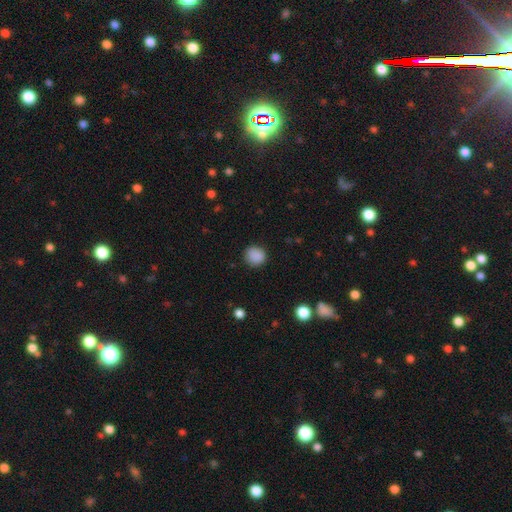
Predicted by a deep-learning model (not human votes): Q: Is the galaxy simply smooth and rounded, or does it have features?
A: smooth — 87%.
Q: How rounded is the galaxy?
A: round — 89%.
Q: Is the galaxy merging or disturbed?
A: none — 87%.